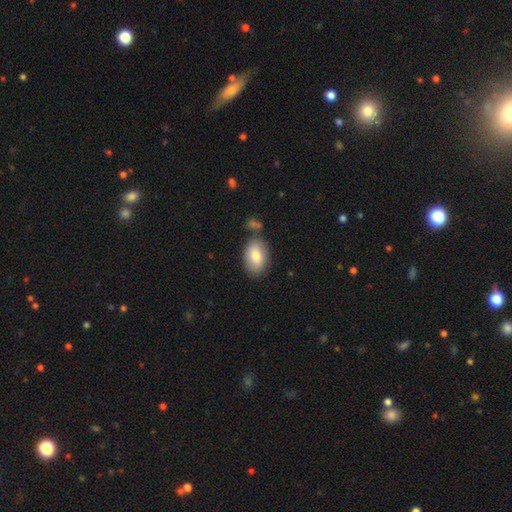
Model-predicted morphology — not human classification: smooth_or_featured: smooth (p=0.79) [alt: featured or disk p=0.14]
how_rounded: in between (p=0.90) [alt: round p=0.09]
merging: none (p=0.72) [alt: minor disturbance p=0.15]